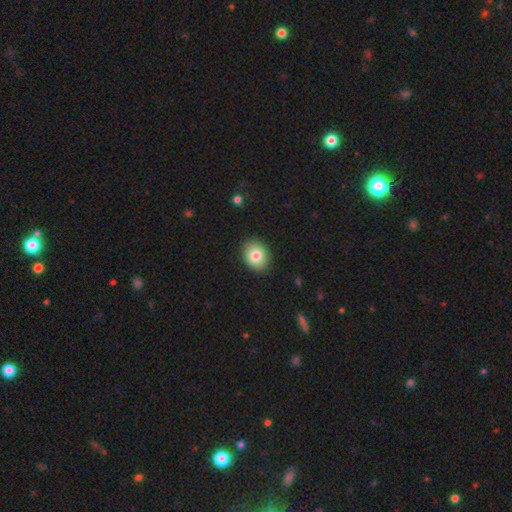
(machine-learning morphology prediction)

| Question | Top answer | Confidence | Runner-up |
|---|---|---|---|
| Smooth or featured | smooth | 81% | featured or disk (11%) |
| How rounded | in between | 57% | round (42%) |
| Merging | none | 90% | minor disturbance (8%) |